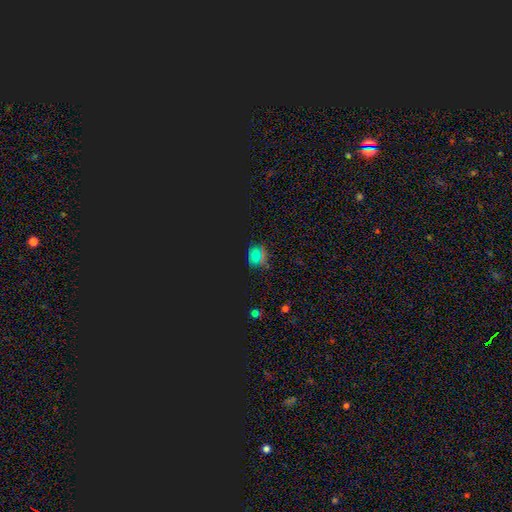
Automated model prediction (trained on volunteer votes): Smooth or featured? Predicted: star or artifact (p=0.55).